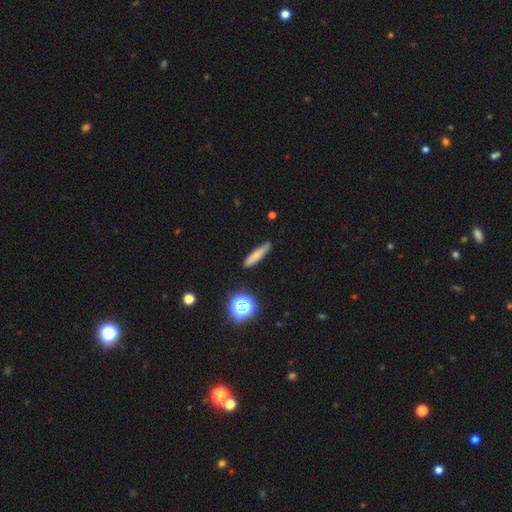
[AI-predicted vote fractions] Smooth or featured?
  - smooth: 71% *
  - featured or disk: 17%
  - star or artifact: 11%
How rounded?
  - cigar-shaped: 86% *
  - in between: 11%
  - round: 3%
Merging?
  - none: 86% *
  - minor disturbance: 10%
  - major disturbance: 2%
  - merger: 2%